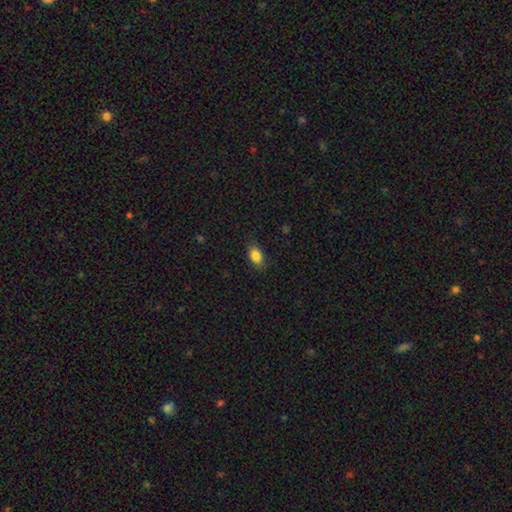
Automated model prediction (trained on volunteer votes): smooth 86%, star or artifact 8%, featured or disk 6%. Down the decision tree: how rounded — in between (86%); merging — none (83%).